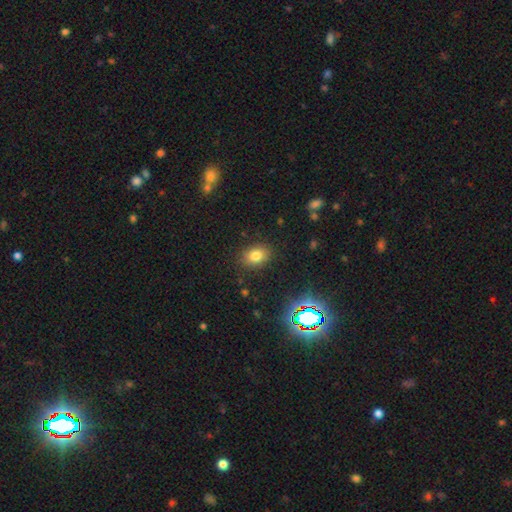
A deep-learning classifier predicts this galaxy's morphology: Q: Smooth or featured?
A: smooth (78%); runner-up: star or artifact (14%)
Q: How rounded?
A: in between (73%); runner-up: round (26%)
Q: Merging?
A: none (86%); runner-up: minor disturbance (10%)